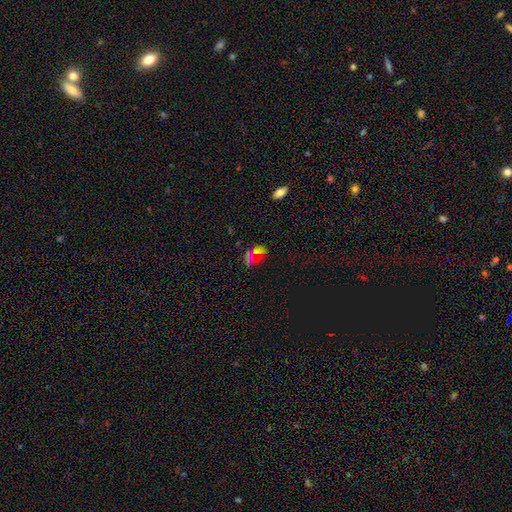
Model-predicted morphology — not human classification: Smooth or featured? Predicted: smooth (p=0.45). Merging? Predicted: none (p=0.64).